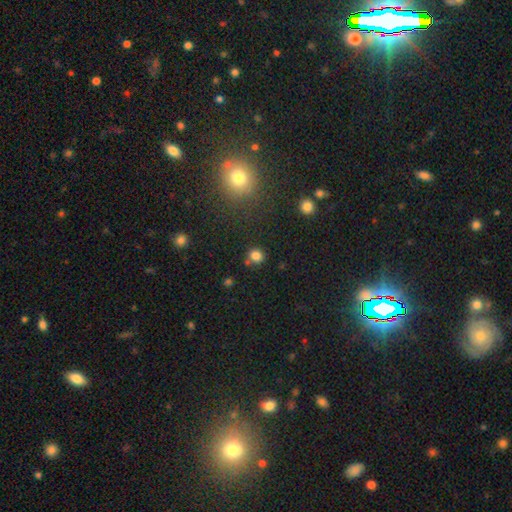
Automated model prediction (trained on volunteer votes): A smooth galaxy with no disk features (80%) that is round (83%).

Vote fractions:
- Smooth or featured? smooth: 80% / star or artifact: 15% / featured or disk: 5%
- How rounded? round: 83% / in between: 16% / cigar-shaped: 1%
- Merging? none: 75% / merger: 11% / minor disturbance: 10% / major disturbance: 3%